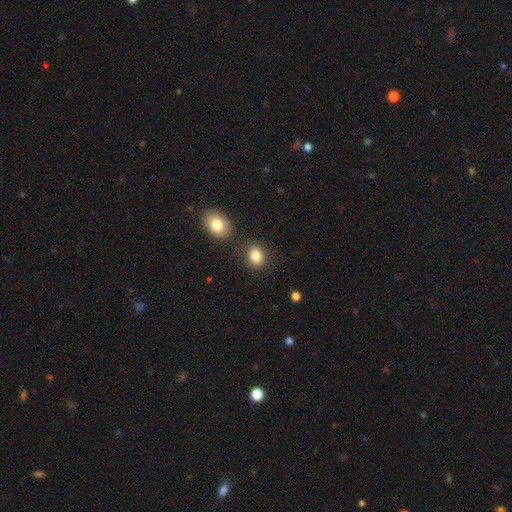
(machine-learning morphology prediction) This is clearly a smooth galaxy (84%). How rounded: possibly in between (59%). Merging: likely none (72%).